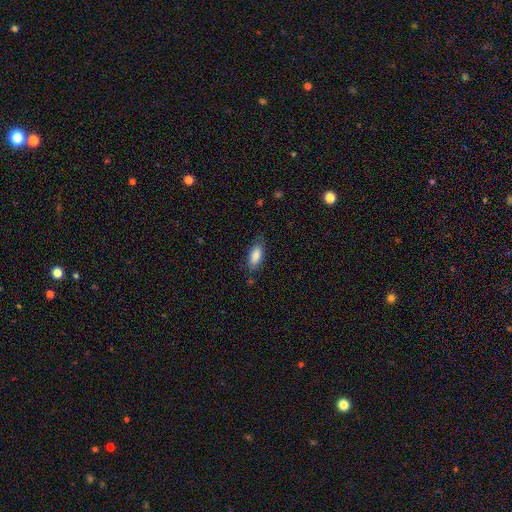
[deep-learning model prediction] smooth-or-featured: smooth: 83% | featured or disk: 10% | star or artifact: 7%
  how-rounded: in between: 83% | cigar-shaped: 15% | round: 2%
  merging: none: 73% | minor disturbance: 20% | major disturbance: 5% | merger: 2%